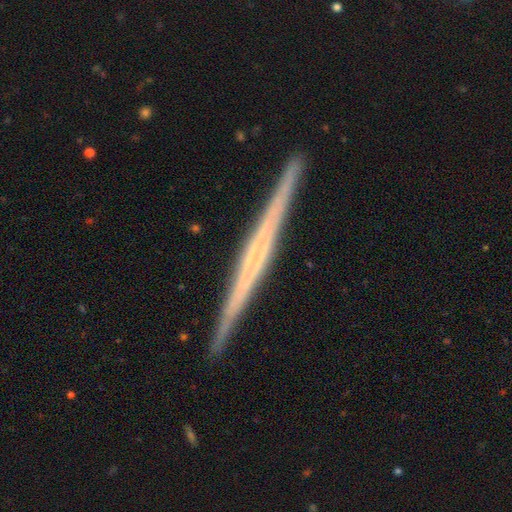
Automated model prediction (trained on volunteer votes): A featured or disk galaxy (77%) viewed edge-on (98%) with no central bulge (61%).

Vote fractions:
- Smooth or featured? featured or disk: 77% / smooth: 17% / star or artifact: 6%
- Edge-on disk? yes: 98% / no: 2%
- Edge-on bulge? none: 61% / rounded: 21% / boxy: 18%
- Merging? none: 92% / minor disturbance: 6% / major disturbance: 1% / merger: 1%